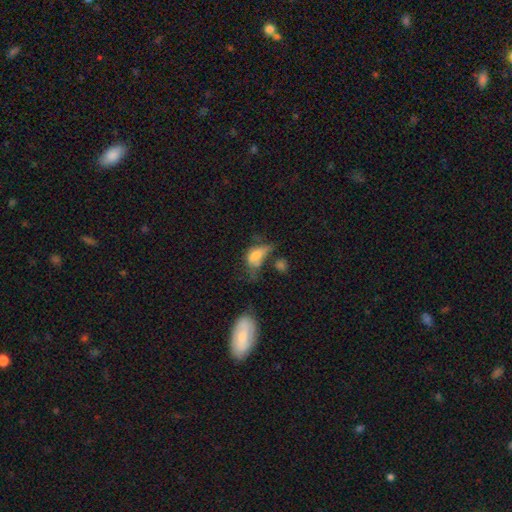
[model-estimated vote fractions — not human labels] Morphology: type=smooth (62%); roundness=in between (82%); merging=major disturbance (38%).